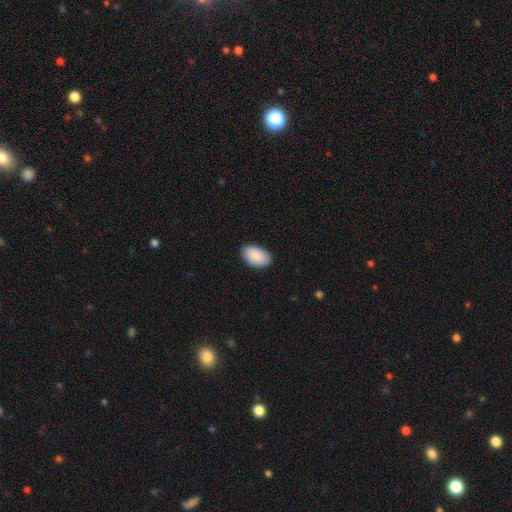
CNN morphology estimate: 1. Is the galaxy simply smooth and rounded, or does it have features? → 89% smooth, 6% star or artifact, 5% featured or disk.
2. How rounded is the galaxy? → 94% in between, 5% round, 1% cigar-shaped.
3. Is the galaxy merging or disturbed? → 87% none, 10% minor disturbance, 2% major disturbance, 1% merger.